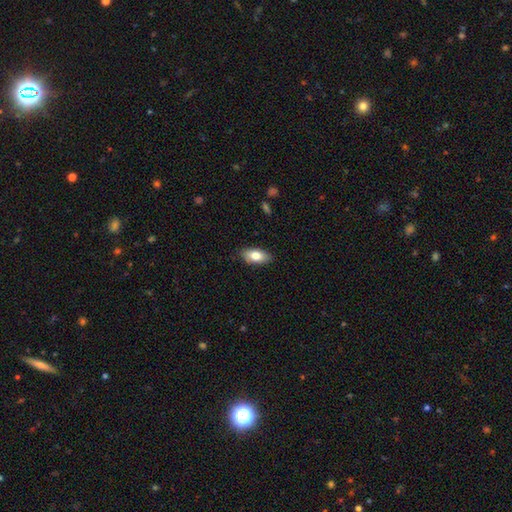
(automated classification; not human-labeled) This is likely a smooth galaxy (79%). How rounded: clearly in between (90%). Merging: clearly none (87%).